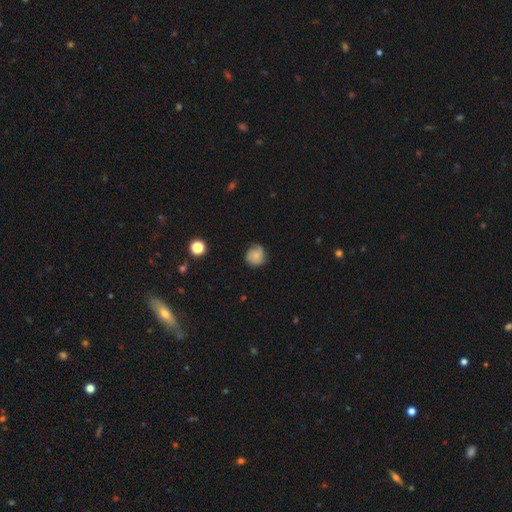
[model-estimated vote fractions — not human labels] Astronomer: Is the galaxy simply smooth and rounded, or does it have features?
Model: smooth — 59%.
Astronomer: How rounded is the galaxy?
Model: round — 87%.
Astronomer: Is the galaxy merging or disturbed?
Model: none — 70%.